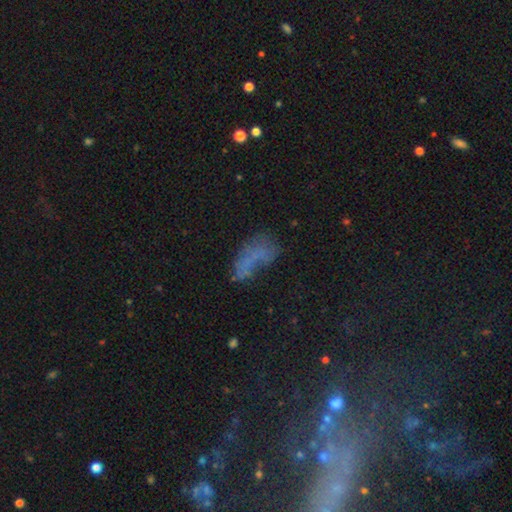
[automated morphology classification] Q: Smooth or featured?
A: smooth (44%); runner-up: featured or disk (35%)
Q: Merging?
A: none (34%); runner-up: major disturbance (33%)